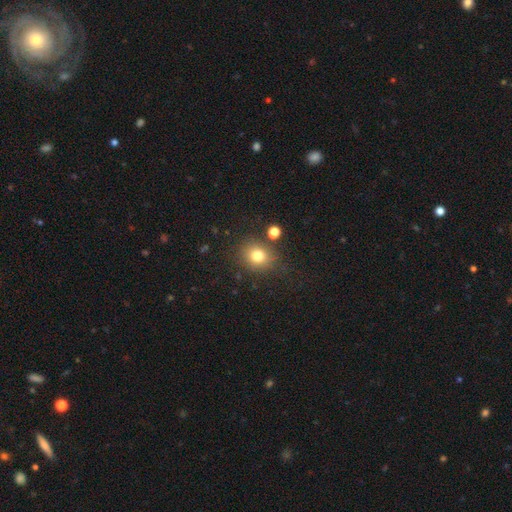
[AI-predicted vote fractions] Overall: smooth (74%). How rounded: round (75%). Merging: none (80%).